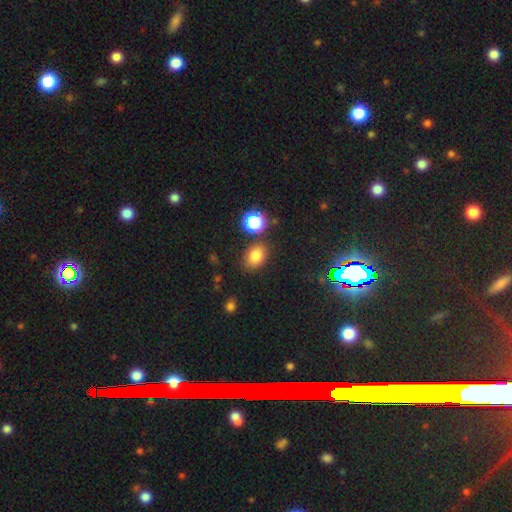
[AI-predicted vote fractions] Smooth or featured: smooth — 82% (star or artifact — 12%)
How rounded: in between — 74% (round — 25%)
Merging: none — 76% (minor disturbance — 12%)